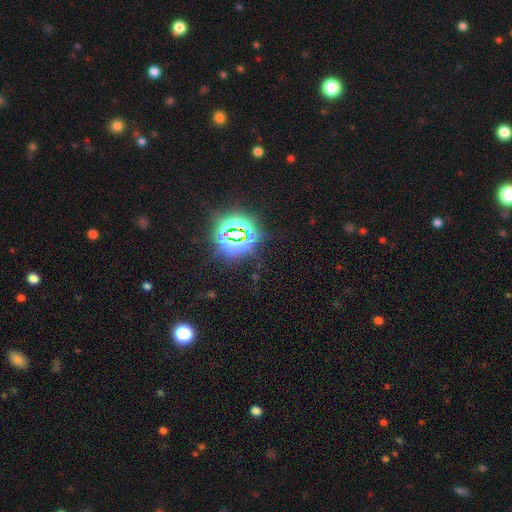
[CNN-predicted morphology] The model was most divided on "smooth or featured": star or artifact: 82%, smooth: 11%, featured or disk: 6%.